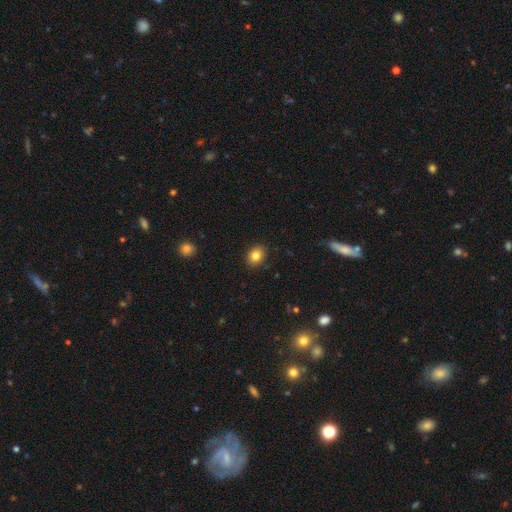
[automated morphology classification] A smooth galaxy with no disk features (83%) that is in between round and cigar-shaped (55%).

Vote fractions:
- Smooth or featured? smooth: 83% / star or artifact: 10% / featured or disk: 7%
- How rounded? in between: 55% / round: 44% / cigar-shaped: 1%
- Merging? none: 88% / minor disturbance: 9% / major disturbance: 2% / merger: 1%